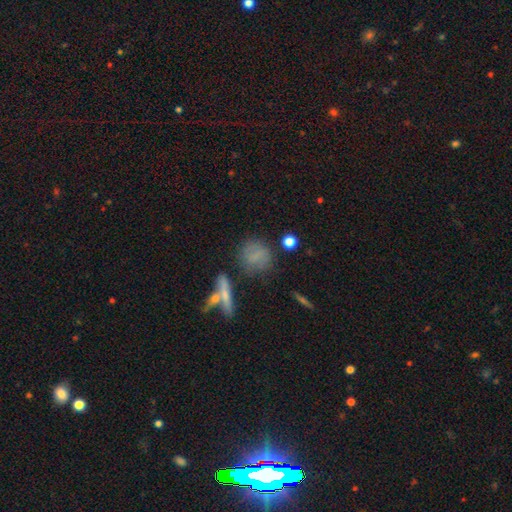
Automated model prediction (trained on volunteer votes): Smooth or featured?
  - smooth: 73% *
  - featured or disk: 15%
  - star or artifact: 12%
How rounded?
  - round: 70% *
  - in between: 24%
  - cigar-shaped: 7%
Merging?
  - none: 71% *
  - minor disturbance: 15%
  - merger: 7%
  - major disturbance: 6%